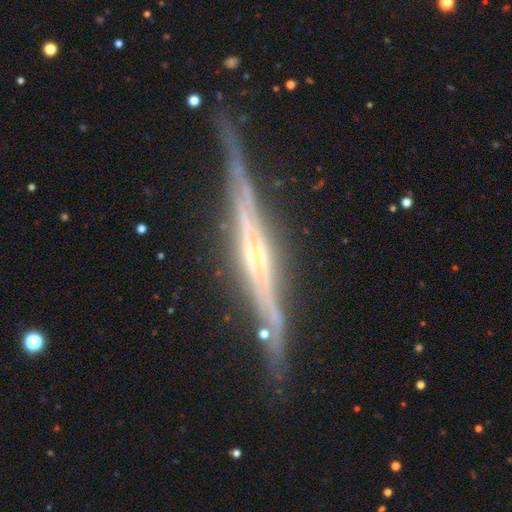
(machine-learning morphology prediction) Smooth or featured? featured or disk (88%)
Edge-on disk? yes (97%)
Edge-on bulge? rounded (55%)
Merging? none (81%)